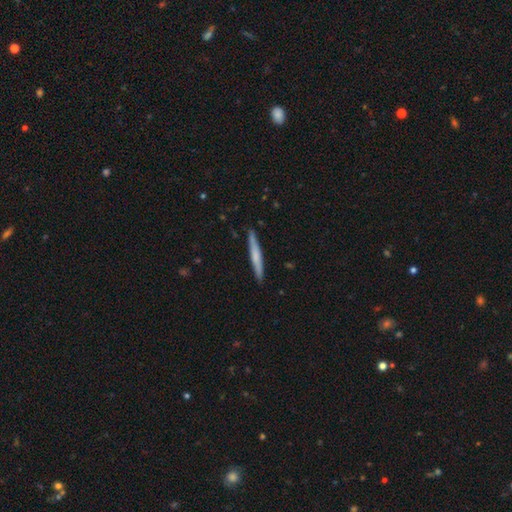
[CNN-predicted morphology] The model was most divided on "smooth or featured": smooth: 53%, featured or disk: 42%, star or artifact: 5%. More confident: how rounded — cigar-shaped (96%); merging — none (91%).